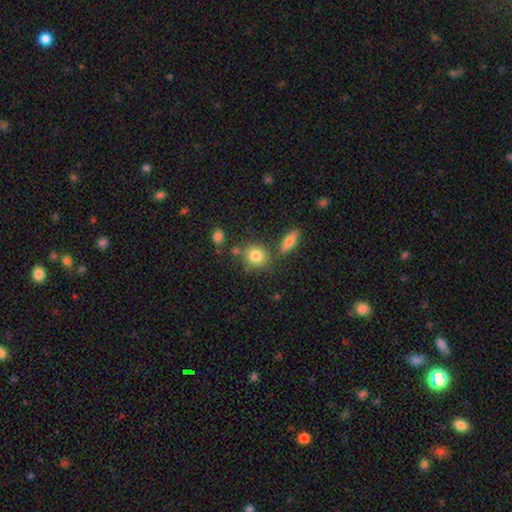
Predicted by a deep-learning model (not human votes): A smooth galaxy with no disk features (82%) that is round (72%). Merging: none (68%).